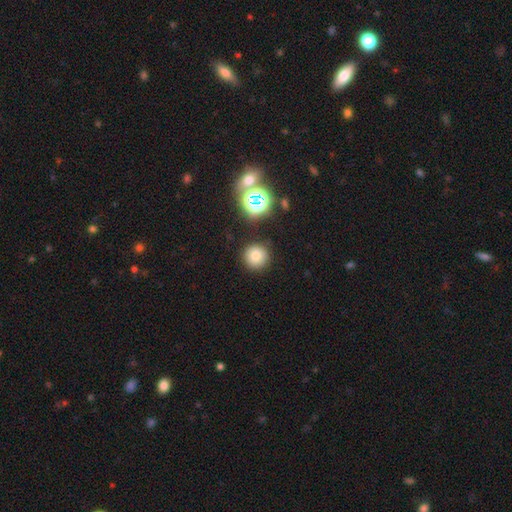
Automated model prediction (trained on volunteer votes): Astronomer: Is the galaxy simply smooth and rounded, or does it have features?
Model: smooth — 75%.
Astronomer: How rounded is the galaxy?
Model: round — 95%.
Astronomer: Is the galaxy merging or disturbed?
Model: none — 89%.